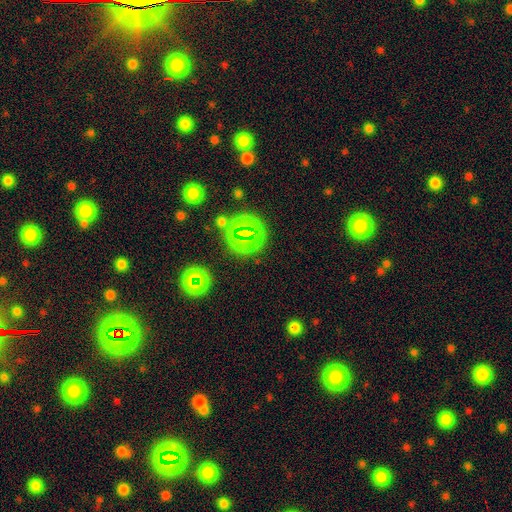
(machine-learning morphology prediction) The model was most divided on "smooth or featured": star or artifact: 62%, smooth: 24%, featured or disk: 14%.